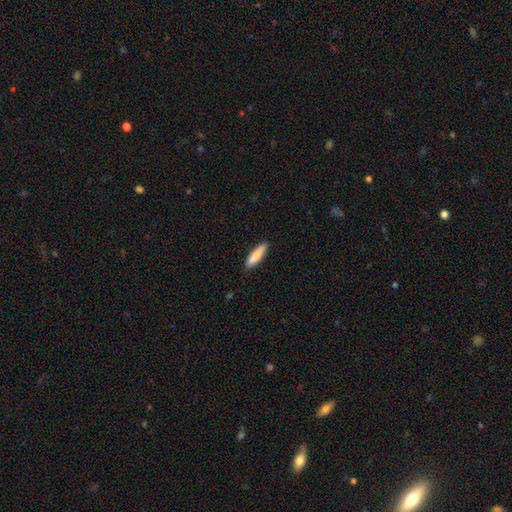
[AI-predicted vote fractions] Morphology: type=smooth (83%); roundness=cigar-shaped (64%); merging=none (87%).